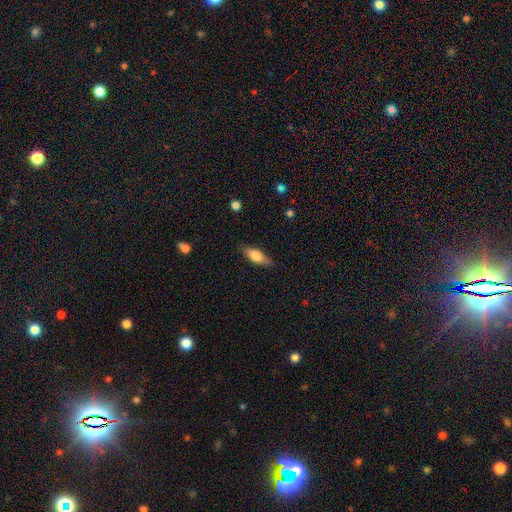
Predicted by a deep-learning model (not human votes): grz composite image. It shows a smooth galaxy with no disk features (68%) that is in between round and cigar-shaped (64%). Merging: none (80%).